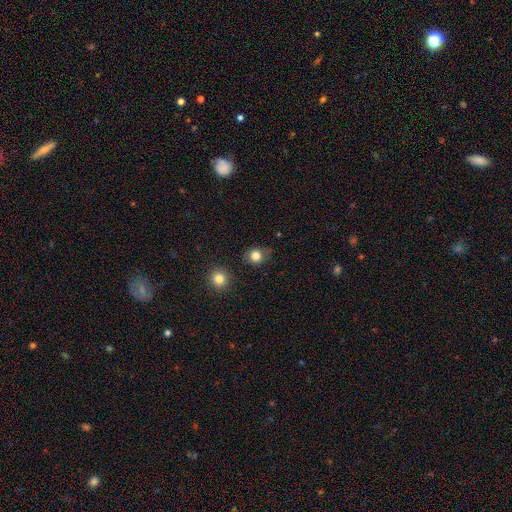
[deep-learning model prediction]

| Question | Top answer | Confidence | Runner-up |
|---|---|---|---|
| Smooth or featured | smooth | 81% | star or artifact (12%) |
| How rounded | round | 73% | in between (26%) |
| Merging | none | 75% | minor disturbance (18%) |